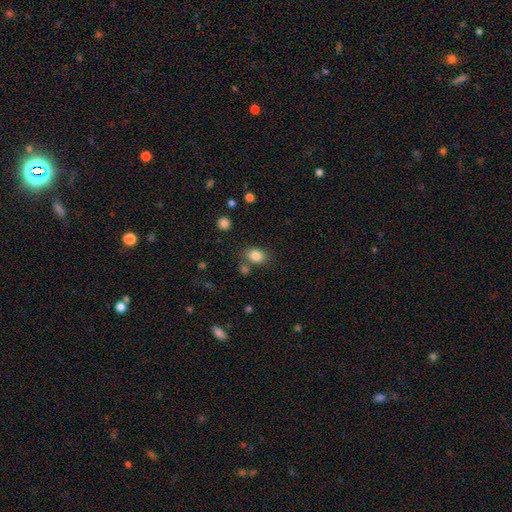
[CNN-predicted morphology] Smooth or featured? smooth (84%)
How rounded? in between (64%)
Merging? none (72%)